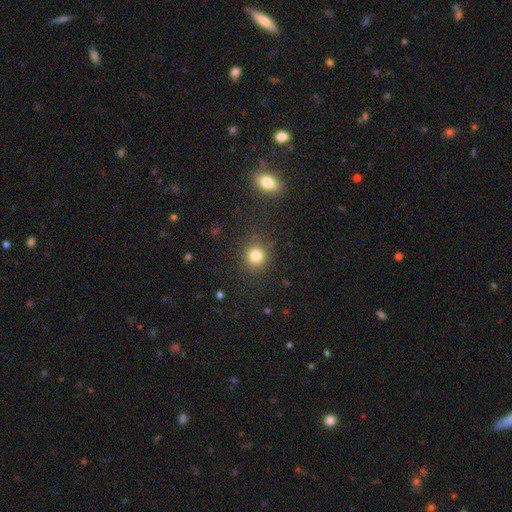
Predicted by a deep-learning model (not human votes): The model was most divided on "smooth or featured": smooth: 81%, star or artifact: 13%, featured or disk: 6%. More confident: how rounded — round (90%); merging — none (86%).